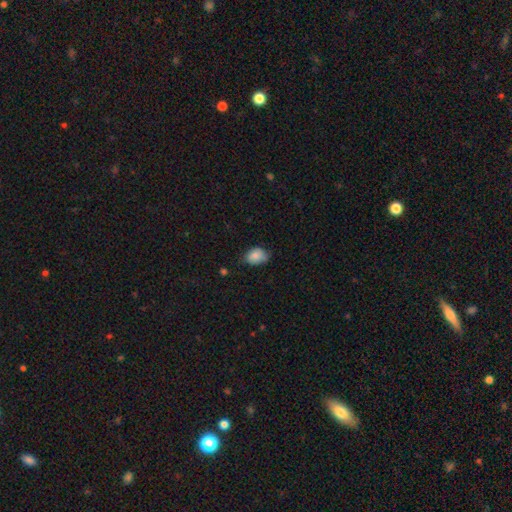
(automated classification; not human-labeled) Smooth or featured: smooth — 83% (featured or disk — 10%)
How rounded: in between — 81% (round — 18%)
Merging: none — 58% (minor disturbance — 34%)